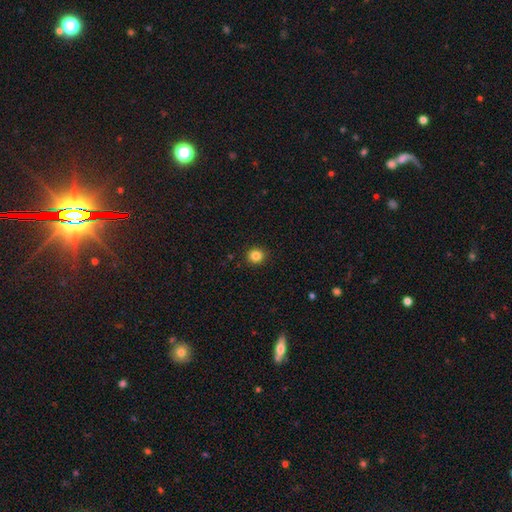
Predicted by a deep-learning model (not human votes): Morphology: type=smooth (85%); roundness=round (86%); merging=none (91%).